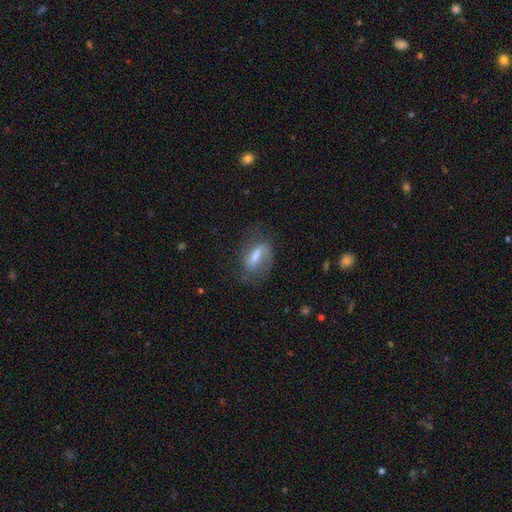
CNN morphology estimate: Smooth or featured? featured or disk (52%)
Edge-on disk? no (88%)
Merging? none (62%)